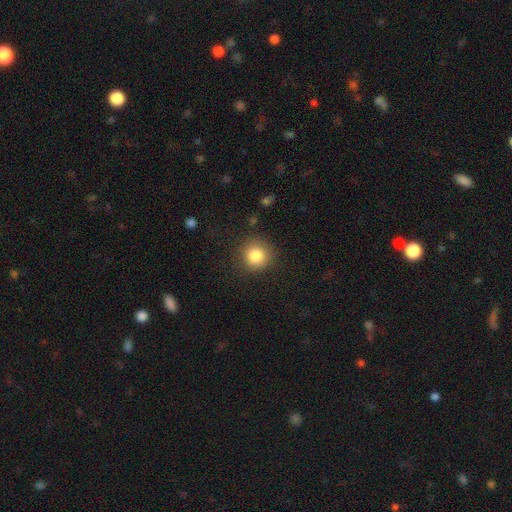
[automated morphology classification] Smooth or featured? smooth (85%)
How rounded? round (91%)
Merging? none (84%)